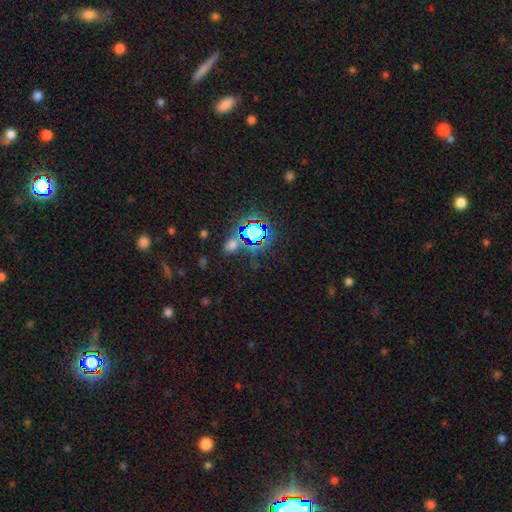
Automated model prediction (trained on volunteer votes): Overall: star or artifact (78%).